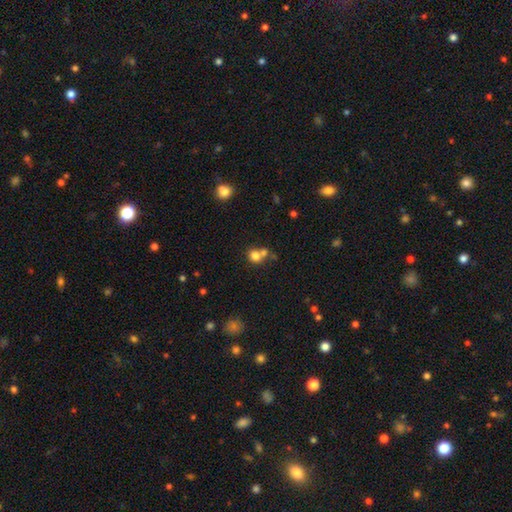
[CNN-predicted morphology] Overall: smooth (77%). How rounded: round (76%). Merging: none (45%; merger 44%).